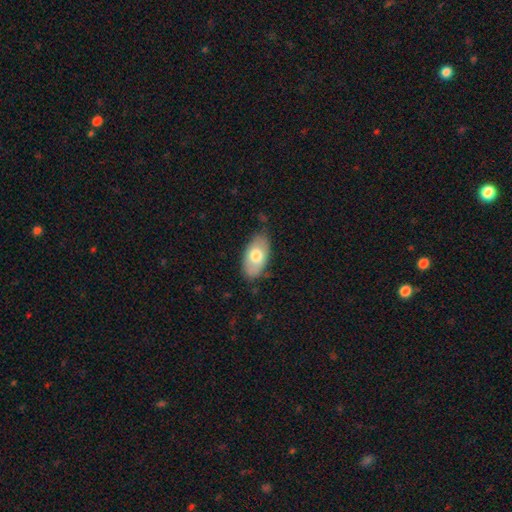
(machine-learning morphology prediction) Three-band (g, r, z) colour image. It shows a smooth galaxy with no disk features (71%) that is in between round and cigar-shaped (94%). Merging: none (76%).